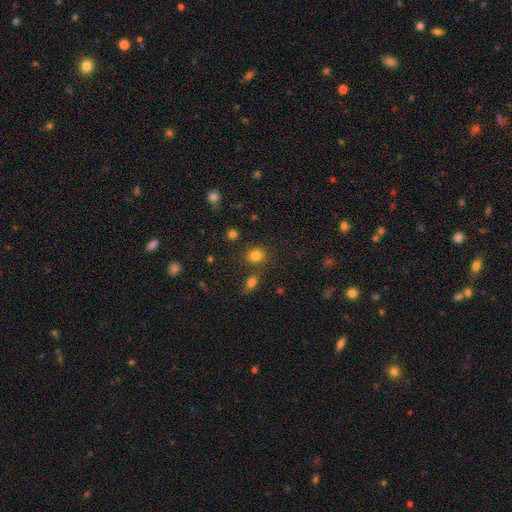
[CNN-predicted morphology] Smooth or featured: smooth — 81% (star or artifact — 13%)
How rounded: round — 75% (in between — 24%)
Merging: none — 76% (minor disturbance — 10%)